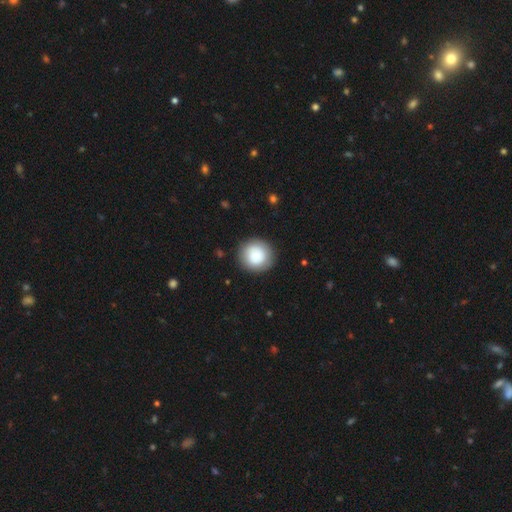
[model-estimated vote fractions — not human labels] The model was most divided on "smooth or featured": smooth: 80%, featured or disk: 12%, star or artifact: 7%. More confident: how rounded — round (91%); merging — none (87%).